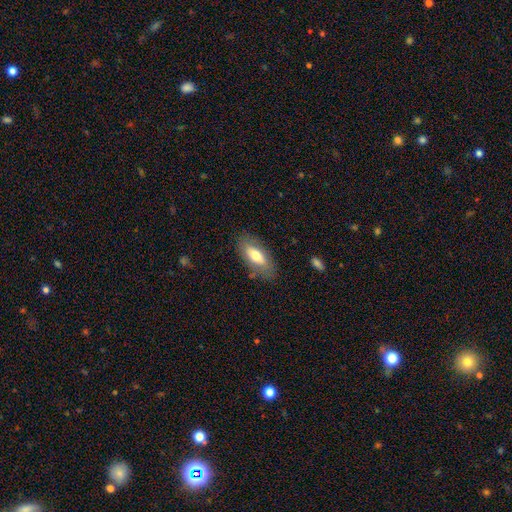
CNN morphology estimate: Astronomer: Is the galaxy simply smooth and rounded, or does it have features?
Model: smooth — 68%.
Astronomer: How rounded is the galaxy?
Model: in between — 82%.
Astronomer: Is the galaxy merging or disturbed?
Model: none — 81%.